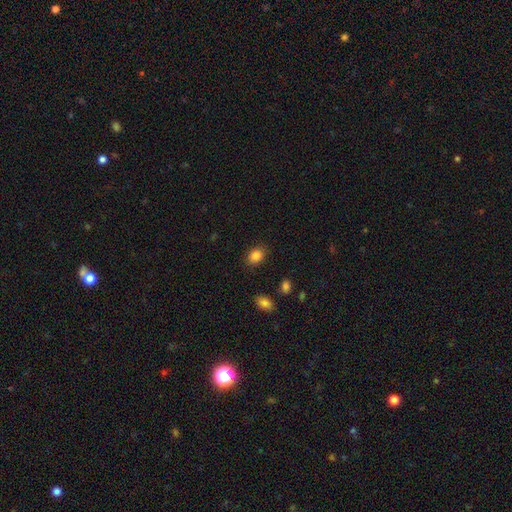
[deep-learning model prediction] Morphology: type=smooth (85%); roundness=in between (69%); merging=none (86%).